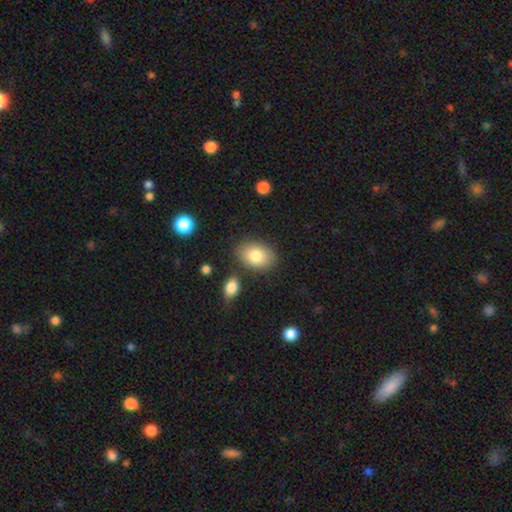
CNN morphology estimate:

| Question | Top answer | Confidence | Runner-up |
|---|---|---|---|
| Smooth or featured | smooth | 82% | featured or disk (11%) |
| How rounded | in between | 81% | round (18%) |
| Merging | none | 80% | minor disturbance (12%) |